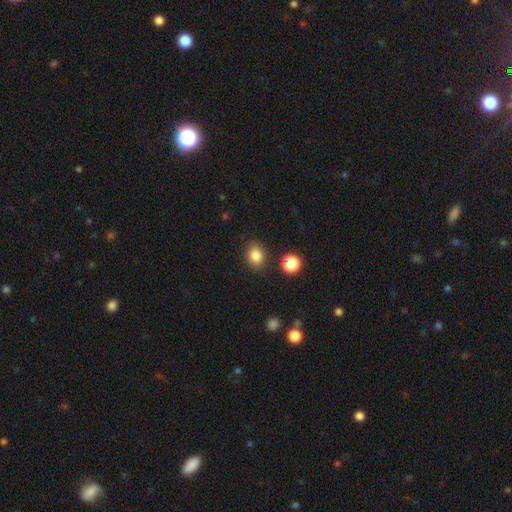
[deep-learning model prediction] Smooth or featured? Predicted: smooth (p=0.83). How rounded? Predicted: in between (p=0.57). Merging? Predicted: none (p=0.83).